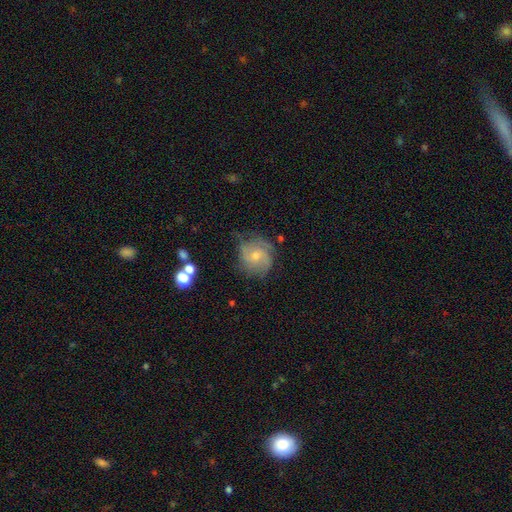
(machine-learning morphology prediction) Smooth or featured? featured or disk (62%)
Edge-on disk? no (97%)
Bar? no (71%)
Spiral arms? yes (87%)
Spiral winding? tight (48%)
Spiral arm count? 2 (31%)
Bulge size? moderate (48%)
Merging? none (58%)